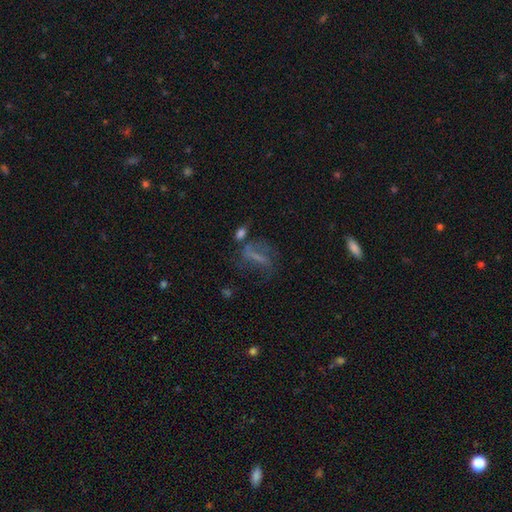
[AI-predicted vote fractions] Smooth or featured? Predicted: featured or disk (p=0.45). Merging? Predicted: none (p=0.46).